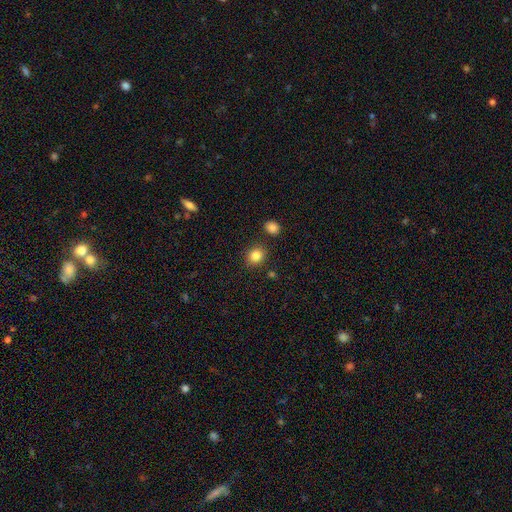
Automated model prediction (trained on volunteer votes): Q: Smooth or featured?
A: smooth (84%); runner-up: star or artifact (10%)
Q: How rounded?
A: round (79%); runner-up: in between (20%)
Q: Merging?
A: none (86%); runner-up: minor disturbance (8%)